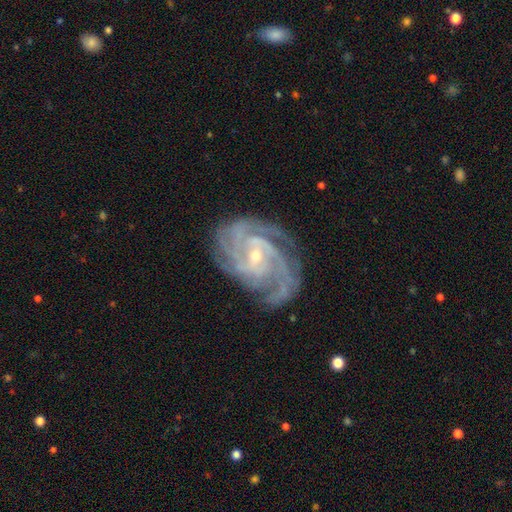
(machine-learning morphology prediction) Smooth or featured? Predicted: featured or disk (p=0.92). Edge-on disk? Predicted: no (p=0.97). Bar? Predicted: no (p=0.45). Spiral arms? Predicted: yes (p=0.98). Spiral winding? Predicted: tight (p=0.63). Spiral arm count? Predicted: 4 (p=0.32). Bulge size? Predicted: small (p=0.71). Merging? Predicted: none (p=0.75).